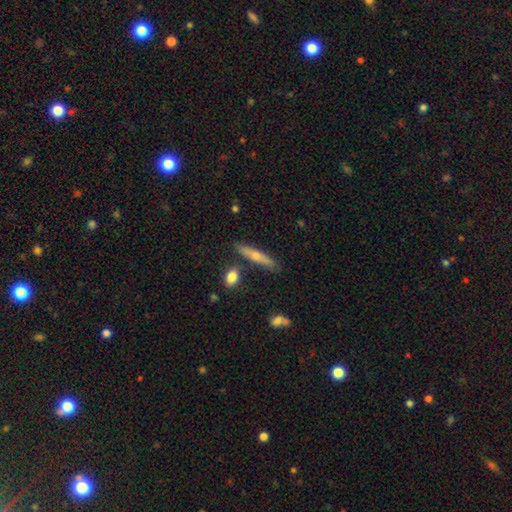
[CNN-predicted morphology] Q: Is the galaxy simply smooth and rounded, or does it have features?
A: smooth — 47%.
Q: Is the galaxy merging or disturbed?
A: none — 79%.